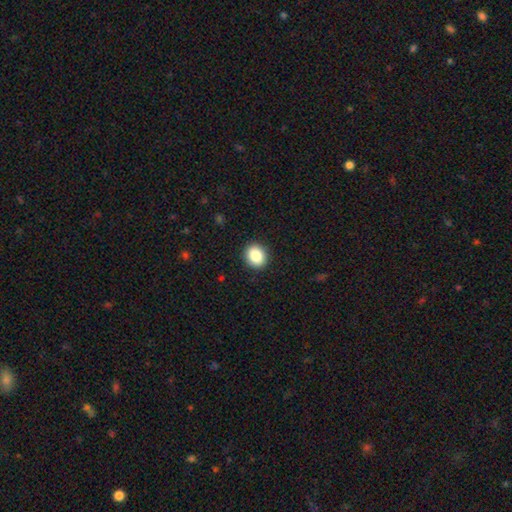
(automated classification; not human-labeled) A smooth galaxy with no disk features (86%) that is round (69%). Merging: none (91%).